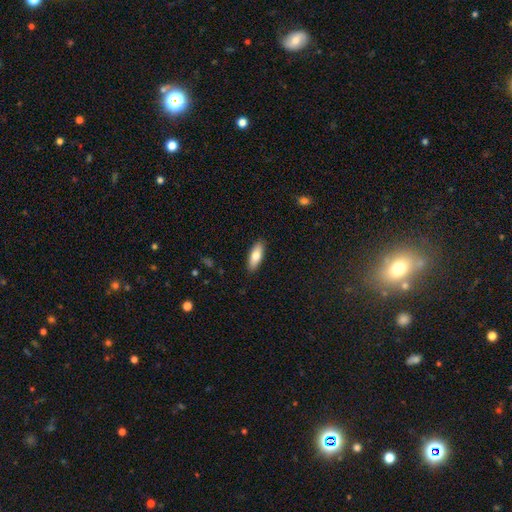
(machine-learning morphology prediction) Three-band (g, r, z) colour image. It shows a smooth galaxy with no disk features (77%) that is in between round and cigar-shaped (69%). Merging: none (89%).